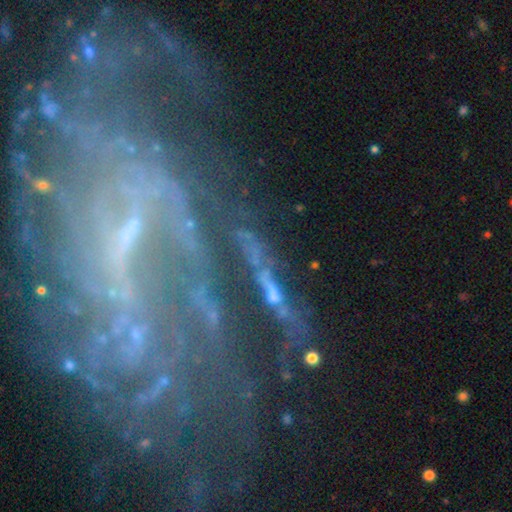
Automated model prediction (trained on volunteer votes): Smooth or featured?
  - featured or disk: 58% *
  - star or artifact: 27%
  - smooth: 15%
Edge-on disk?
  - no: 73% *
  - yes: 27%
Merging?
  - none: 53% *
  - minor disturbance: 18%
  - major disturbance: 17%
  - merger: 11%